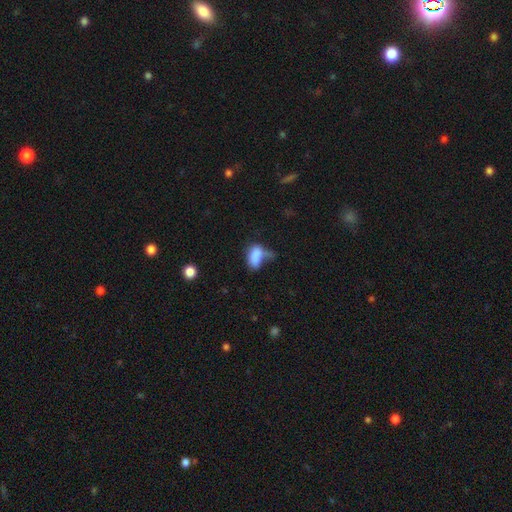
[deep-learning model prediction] smooth_or_featured: smooth (p=0.79) [alt: featured or disk p=0.11]
how_rounded: in between (p=0.90) [alt: round p=0.07]
merging: major disturbance (p=0.28) [alt: none p=0.27]